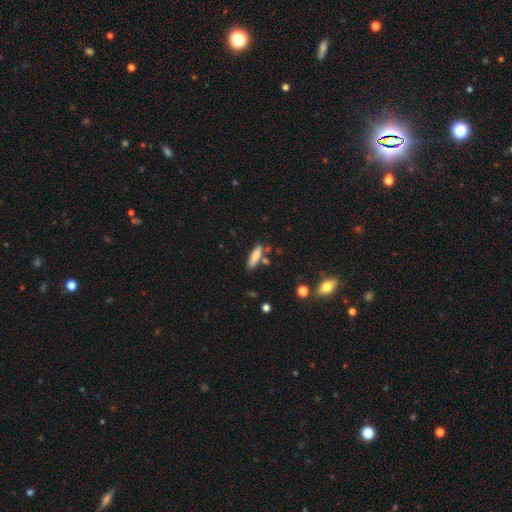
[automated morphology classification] Overall: smooth (77%). How rounded: cigar-shaped (54%; in between 44%). Merging: none (71%).